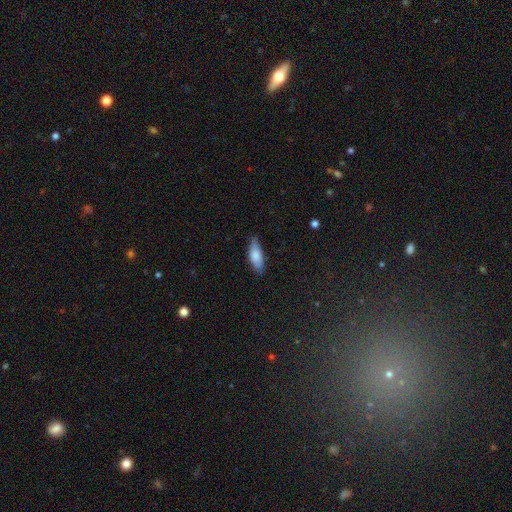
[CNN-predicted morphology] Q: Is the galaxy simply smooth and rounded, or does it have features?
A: smooth — 79%.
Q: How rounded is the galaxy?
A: in between — 70%.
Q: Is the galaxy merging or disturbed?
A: none — 74%.